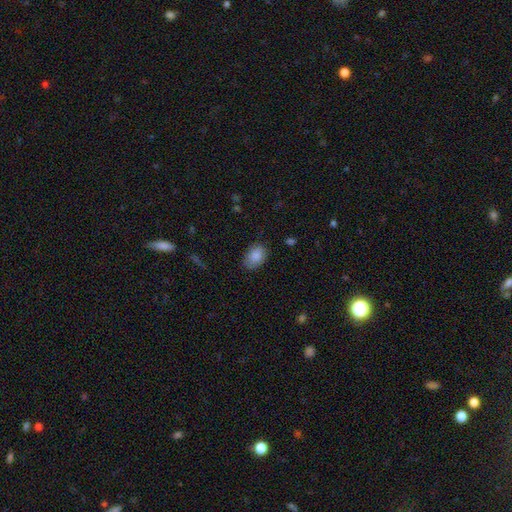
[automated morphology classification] type=smooth (87%); roundness=in between (86%); merging=none (79%).